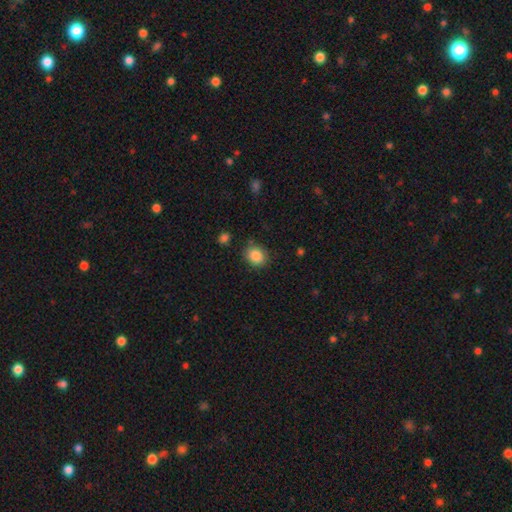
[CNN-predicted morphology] smooth_or_featured: smooth (p=0.87) [alt: star or artifact p=0.09]
how_rounded: round (p=0.62) [alt: in between p=0.37]
merging: none (p=0.82) [alt: minor disturbance p=0.12]